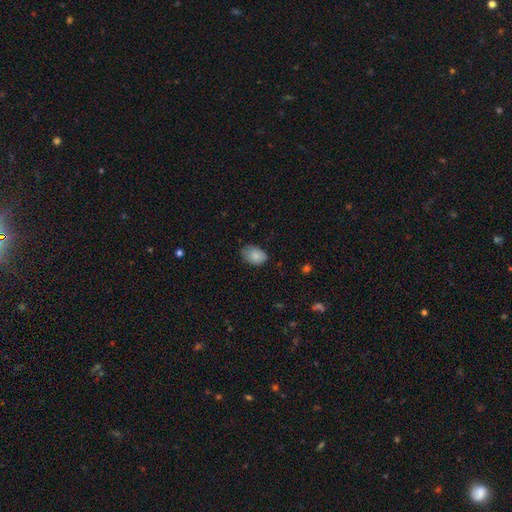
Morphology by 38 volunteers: Smooth or featured?
  - smooth: 82% *
  - star or artifact: 13%
  - featured or disk: 5%
How rounded?
  - in between: 90% *
  - round: 10%
  - cigar-shaped: 0%
Merging?
  - none: 67% *
  - minor disturbance: 30%
  - major disturbance: 3%
  - merger: 0%